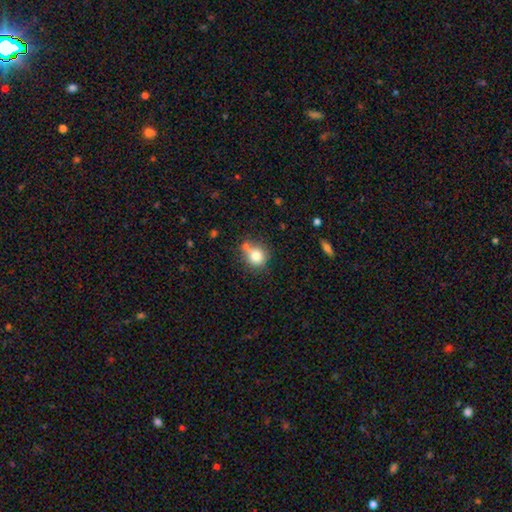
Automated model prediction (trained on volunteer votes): This appears to be a smooth galaxy with no disk features (78%) that is round (82%). Merging: none (58%).